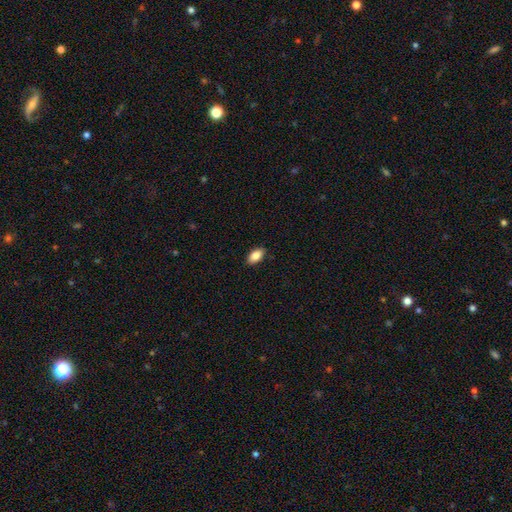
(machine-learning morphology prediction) The model was most divided on "smooth or featured": smooth: 85%, featured or disk: 8%, star or artifact: 7%. More confident: how rounded — in between (92%); merging — none (89%).